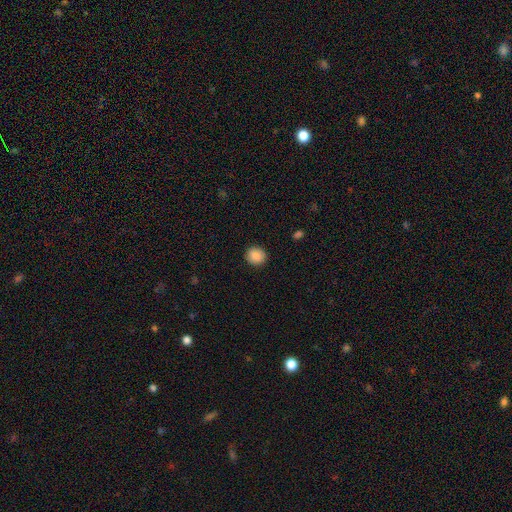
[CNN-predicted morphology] Overall: smooth (88%). How rounded: round (83%). Merging: none (91%).